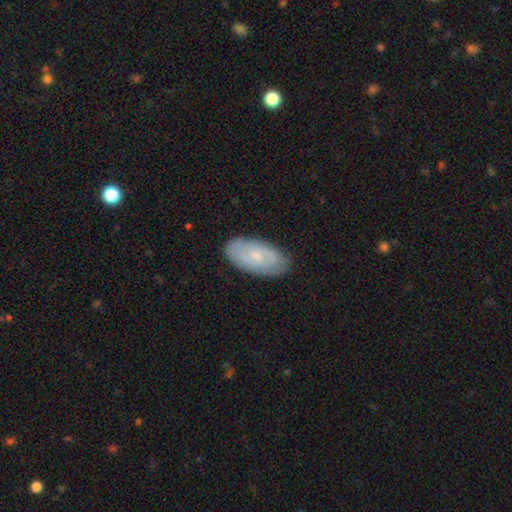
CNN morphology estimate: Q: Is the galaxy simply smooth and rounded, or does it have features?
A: smooth — 57%.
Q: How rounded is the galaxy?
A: in between — 93%.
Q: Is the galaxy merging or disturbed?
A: none — 82%.